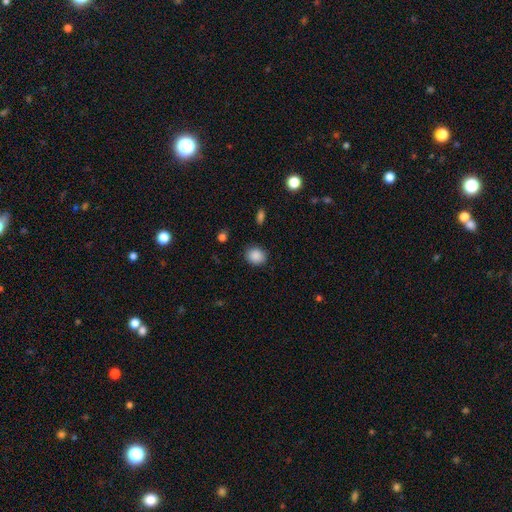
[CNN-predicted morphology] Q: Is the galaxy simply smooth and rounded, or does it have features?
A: smooth — 88%.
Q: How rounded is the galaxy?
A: round — 64%.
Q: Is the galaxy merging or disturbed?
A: none — 87%.